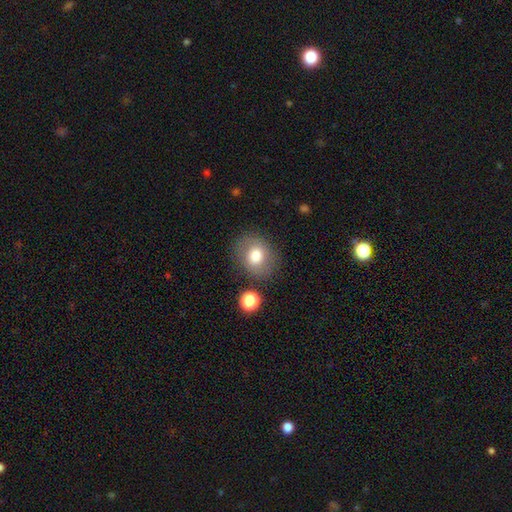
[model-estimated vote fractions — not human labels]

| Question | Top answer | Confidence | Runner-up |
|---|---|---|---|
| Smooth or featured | smooth | 75% | featured or disk (16%) |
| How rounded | round | 58% | in between (41%) |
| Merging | none | 79% | minor disturbance (13%) |